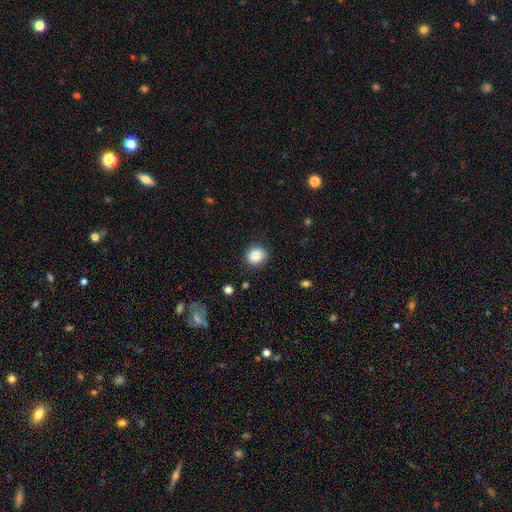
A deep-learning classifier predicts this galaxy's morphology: smooth 86%, star or artifact 9%, featured or disk 5%. Down the decision tree: how rounded — round (83%); merging — none (88%).